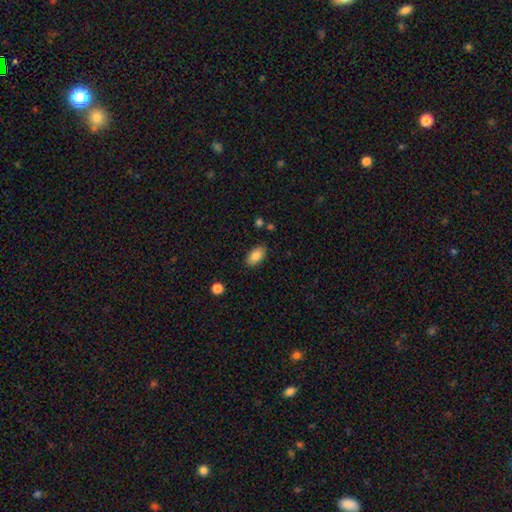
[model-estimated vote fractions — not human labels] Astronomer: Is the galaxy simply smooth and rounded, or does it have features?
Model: smooth — 85%.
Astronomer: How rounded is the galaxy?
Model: in between — 93%.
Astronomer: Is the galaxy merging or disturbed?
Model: none — 85%.